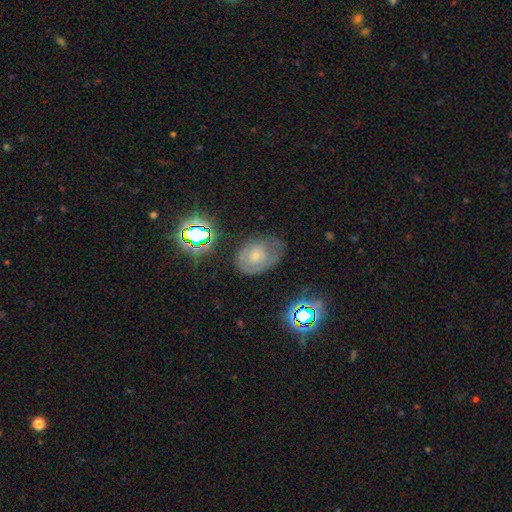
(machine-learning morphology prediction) smooth_or_featured: smooth (p=0.43) [alt: featured or disk p=0.41]
merging: none (p=0.55) [alt: minor disturbance p=0.28]